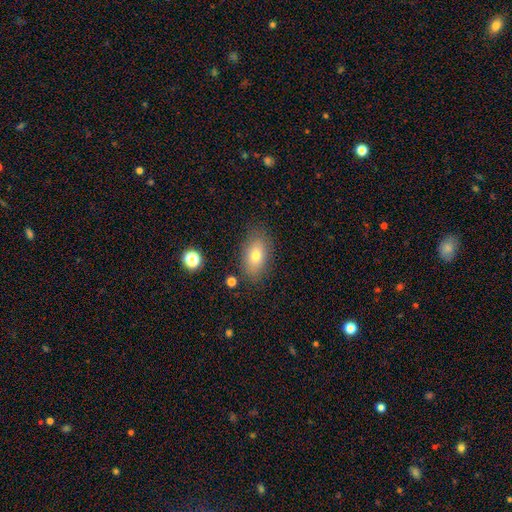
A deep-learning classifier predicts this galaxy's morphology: Overall: smooth (73%). How rounded: in between (88%). Merging: none (82%).